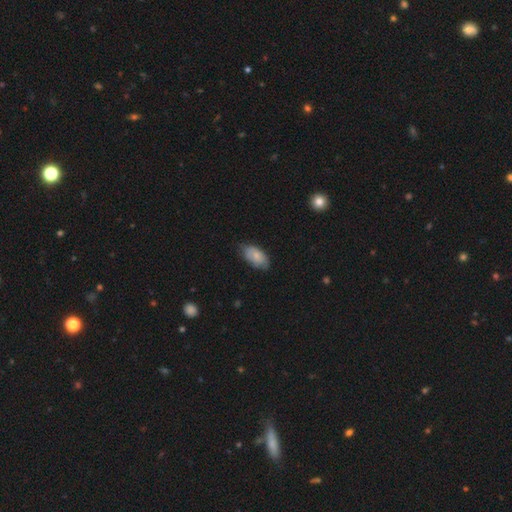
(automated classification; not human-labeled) Q: Smooth or featured?
A: smooth (70%); runner-up: featured or disk (24%)
Q: How rounded?
A: in between (94%); runner-up: round (4%)
Q: Merging?
A: none (66%); runner-up: minor disturbance (28%)